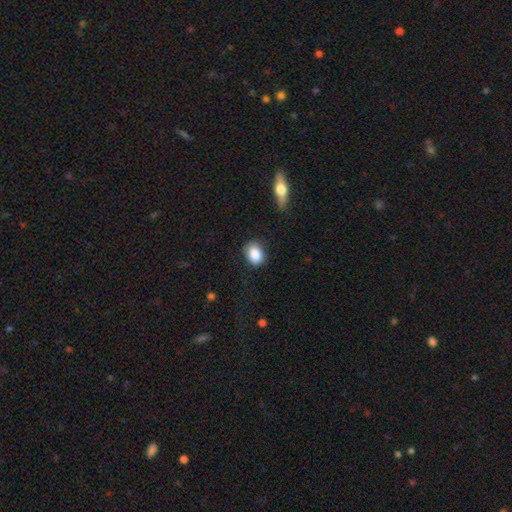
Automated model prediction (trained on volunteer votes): Smooth or featured?
  - smooth: 87% *
  - star or artifact: 8%
  - featured or disk: 6%
How rounded?
  - in between: 69% *
  - round: 30%
  - cigar-shaped: 1%
Merging?
  - none: 78% *
  - minor disturbance: 16%
  - major disturbance: 4%
  - merger: 2%